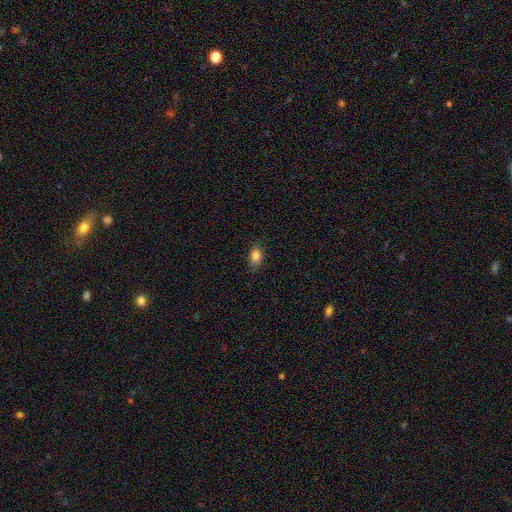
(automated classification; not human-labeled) Smooth or featured? Predicted: smooth (p=0.85). How rounded? Predicted: in between (p=0.81). Merging? Predicted: none (p=0.77).